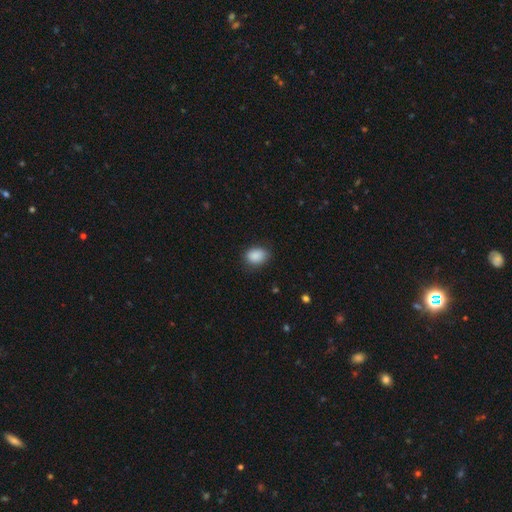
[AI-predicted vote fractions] This appears to be a smooth galaxy with no disk features (89%) that is in between round and cigar-shaped (65%). Merging: none (79%).